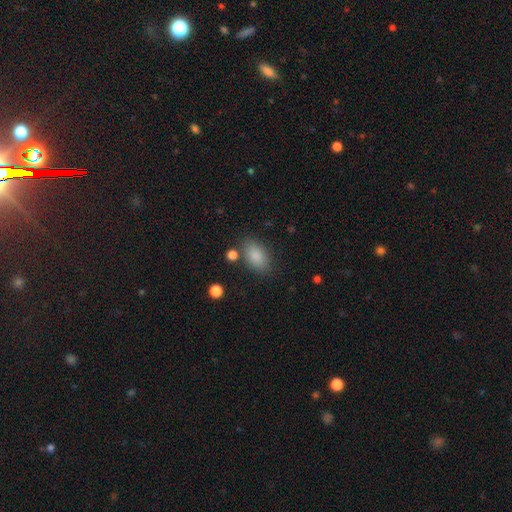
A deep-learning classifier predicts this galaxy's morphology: A smooth galaxy with no disk features (86%) that is in between round and cigar-shaped (91%). Merging: none (78%).